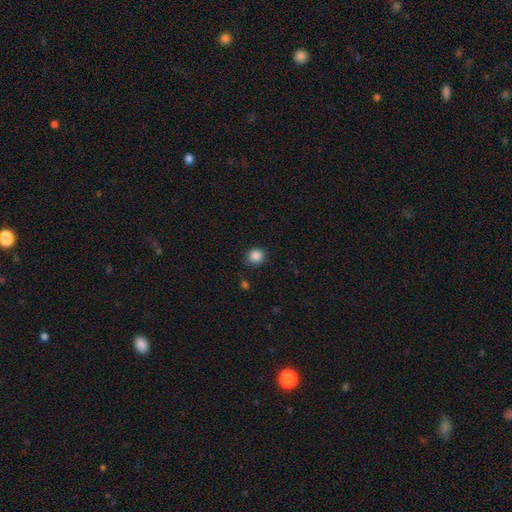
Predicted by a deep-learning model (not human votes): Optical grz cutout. It shows a smooth galaxy with no disk features (87%) that is round (86%). Merging: none (87%).